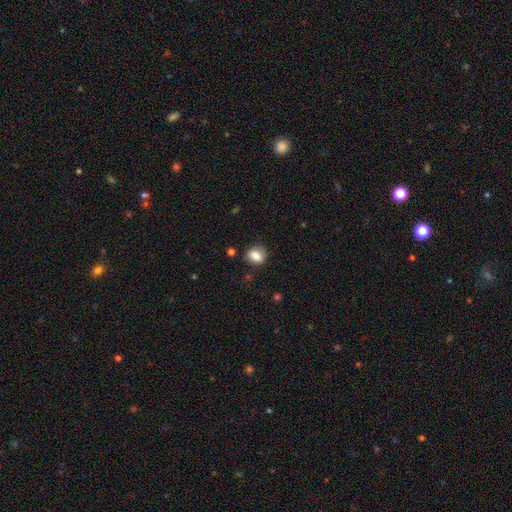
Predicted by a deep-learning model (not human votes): Morphology: type=smooth (84%); roundness=round (49%, tied with in between); merging=none (77%).